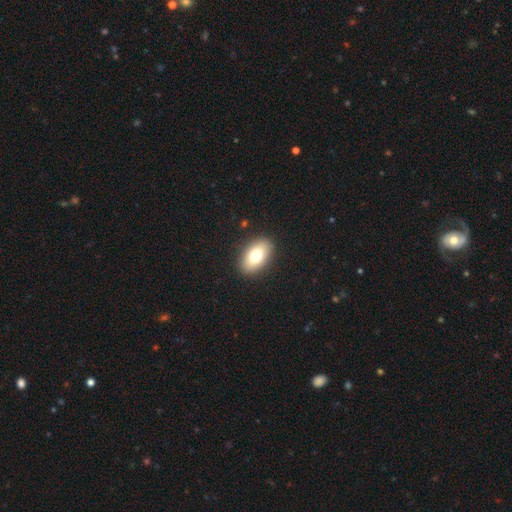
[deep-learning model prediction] A smooth galaxy with no disk features (74%) that is in between round and cigar-shaped (90%). Merging: none (89%).